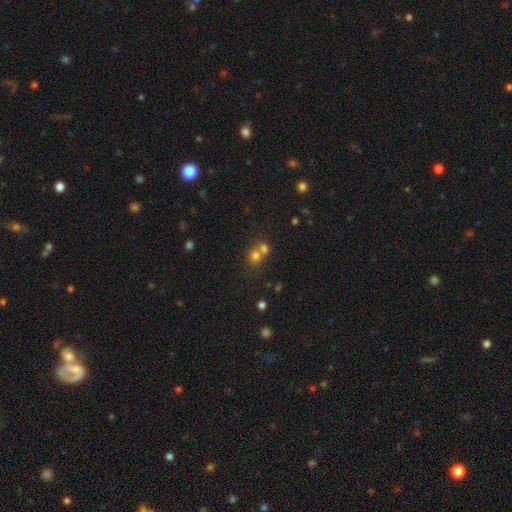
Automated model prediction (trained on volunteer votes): Smooth or featured?
  - smooth: 71% *
  - star or artifact: 17%
  - featured or disk: 12%
How rounded?
  - round: 79% *
  - in between: 20%
  - cigar-shaped: 1%
Merging?
  - merger: 55% *
  - none: 36%
  - minor disturbance: 5%
  - major disturbance: 3%